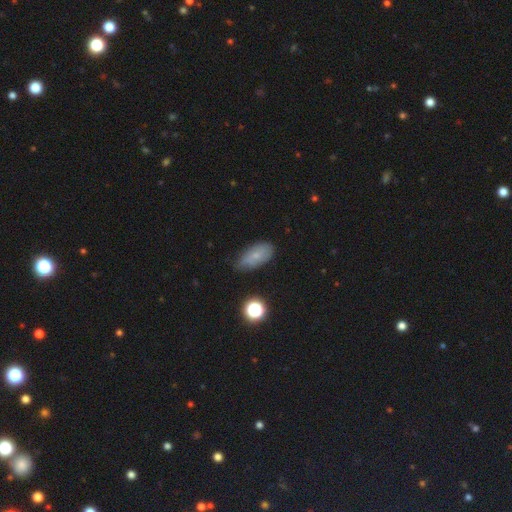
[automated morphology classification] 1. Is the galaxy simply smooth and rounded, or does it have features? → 66% smooth, 23% featured or disk, 11% star or artifact.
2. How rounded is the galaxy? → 89% in between, 6% cigar-shaped, 5% round.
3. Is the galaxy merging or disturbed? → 61% none, 30% minor disturbance, 6% major disturbance, 2% merger.